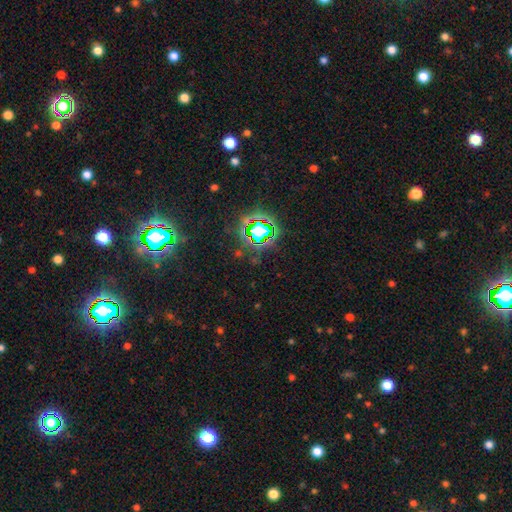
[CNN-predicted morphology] Smooth or featured? star or artifact (78%)